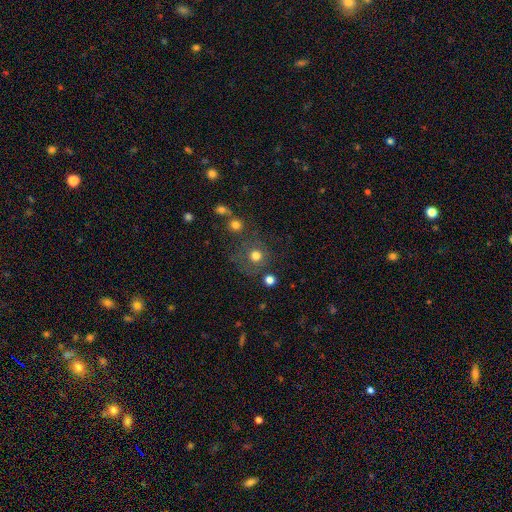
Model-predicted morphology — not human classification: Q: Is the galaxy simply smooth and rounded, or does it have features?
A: smooth — 74%.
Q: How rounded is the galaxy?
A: round — 91%.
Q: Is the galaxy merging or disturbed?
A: none — 67%.